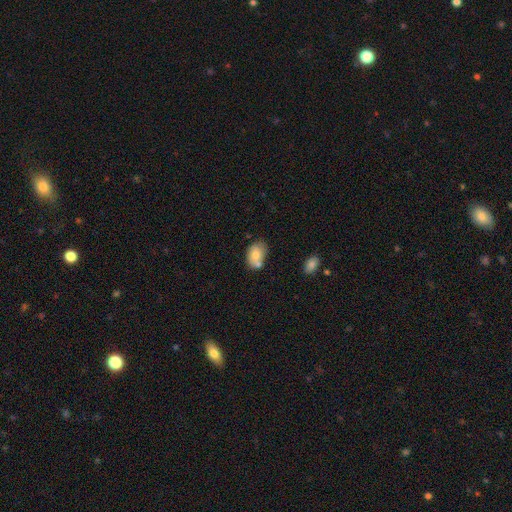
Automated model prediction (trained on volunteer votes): A smooth galaxy with no disk features (77%) that is in between round and cigar-shaped (84%). Merging: none (50%).